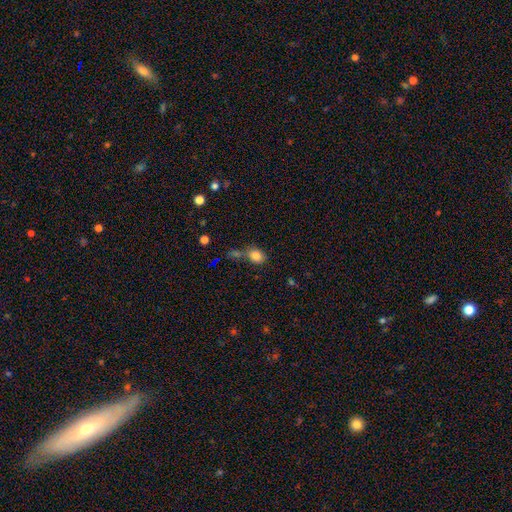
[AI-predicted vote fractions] The model was most divided on "how rounded": in between: 60%, round: 39%, cigar-shaped: 1%. More confident: smooth or featured — smooth (82%); merging — none (52%).